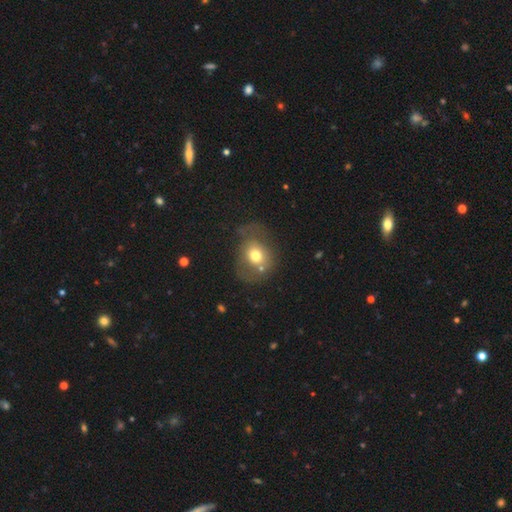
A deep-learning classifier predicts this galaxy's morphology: smooth-or-featured: smooth: 63% | featured or disk: 28% | star or artifact: 10%
  how-rounded: round: 55% | in between: 44% | cigar-shaped: 1%
  merging: none: 47% | minor disturbance: 25% | major disturbance: 21% | merger: 8%